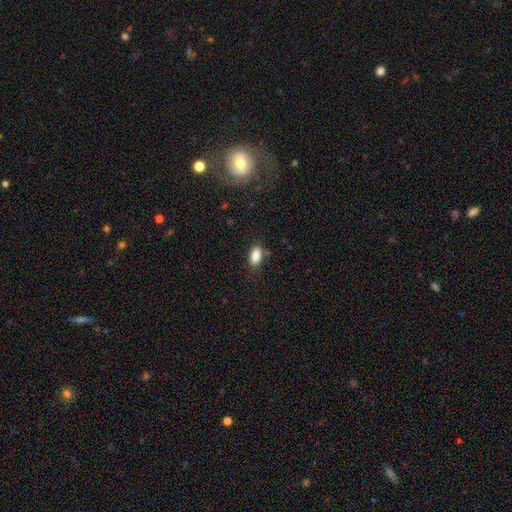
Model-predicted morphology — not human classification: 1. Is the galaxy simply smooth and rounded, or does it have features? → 86% smooth, 9% star or artifact, 5% featured or disk.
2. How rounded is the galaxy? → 89% in between, 6% cigar-shaped, 5% round.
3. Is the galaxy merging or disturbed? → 78% none, 15% minor disturbance, 4% major disturbance, 3% merger.